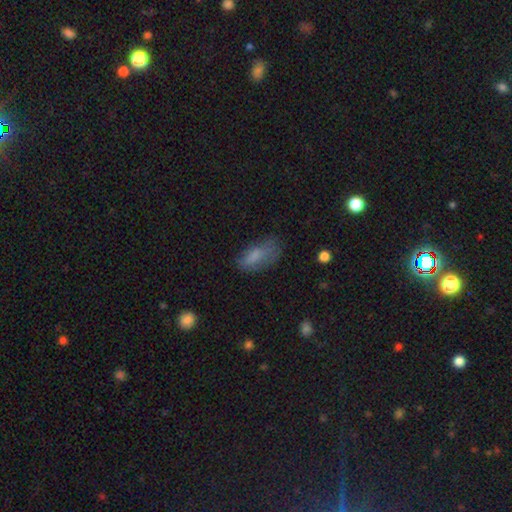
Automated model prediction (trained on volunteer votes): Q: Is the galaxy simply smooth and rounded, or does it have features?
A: smooth — 75%.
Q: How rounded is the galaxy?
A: in between — 85%.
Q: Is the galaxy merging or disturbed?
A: none — 50%.